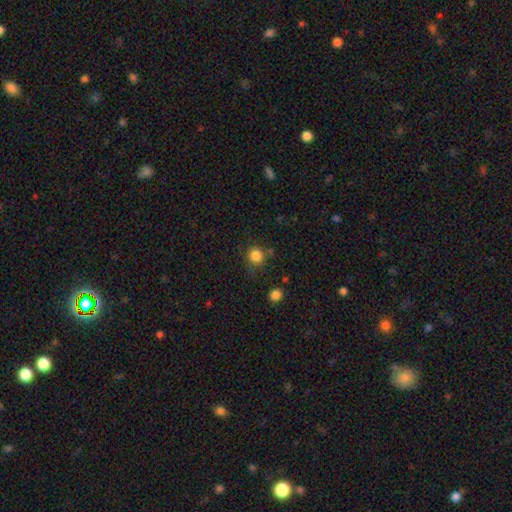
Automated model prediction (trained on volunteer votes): This is clearly a smooth galaxy (84%). How rounded: clearly round (88%). Merging: likely none (76%).